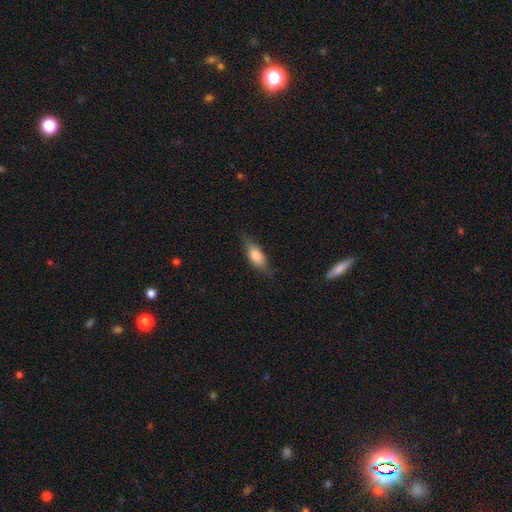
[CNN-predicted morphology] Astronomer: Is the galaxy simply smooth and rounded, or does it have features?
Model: smooth — 69%.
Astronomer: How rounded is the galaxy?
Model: in between — 72%.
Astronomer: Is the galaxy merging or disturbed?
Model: none — 73%.